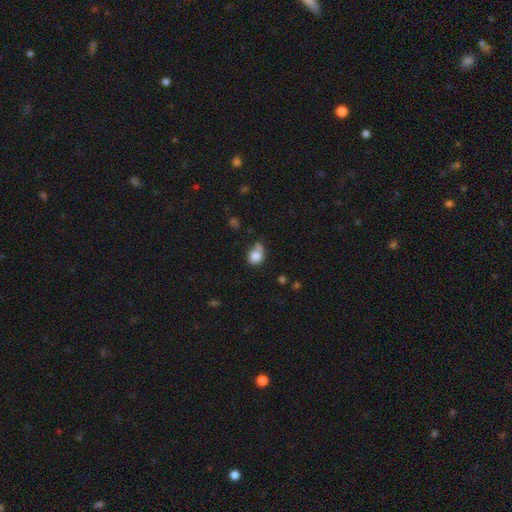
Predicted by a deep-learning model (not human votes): smooth 81%, featured or disk 10%, star or artifact 9%. Down the decision tree: how rounded — round (64%); merging — none (40%).